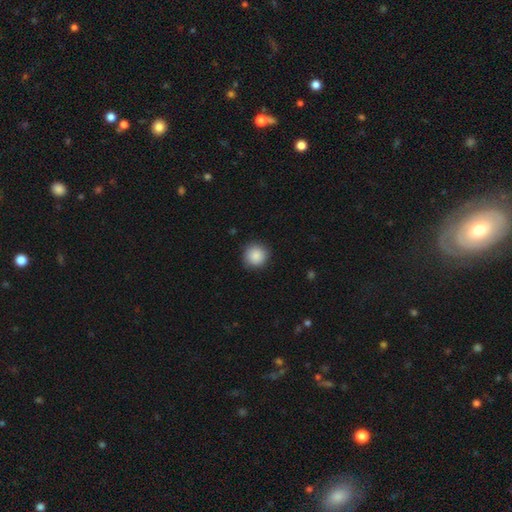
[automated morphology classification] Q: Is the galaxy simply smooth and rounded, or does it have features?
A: smooth — 89%.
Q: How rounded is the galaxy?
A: round — 94%.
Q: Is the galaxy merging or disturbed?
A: none — 89%.